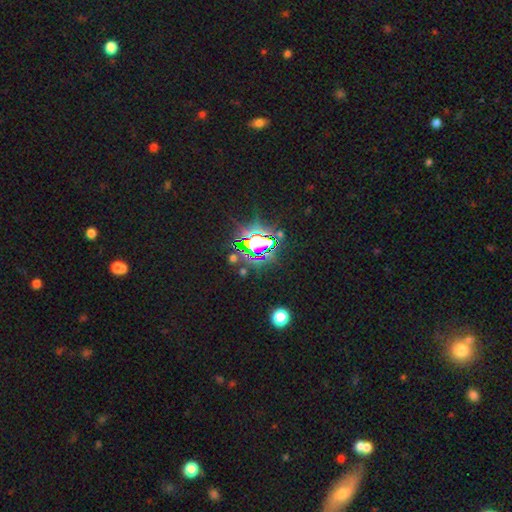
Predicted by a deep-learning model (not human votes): Smooth or featured? star or artifact (82%)